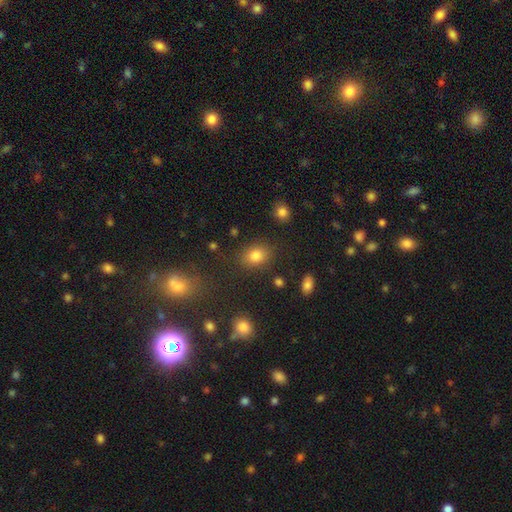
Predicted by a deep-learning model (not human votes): smooth-or-featured: smooth: 81% | star or artifact: 12% | featured or disk: 7%
  how-rounded: in between: 60% | round: 38% | cigar-shaped: 1%
  merging: none: 83% | minor disturbance: 10% | major disturbance: 4% | merger: 3%